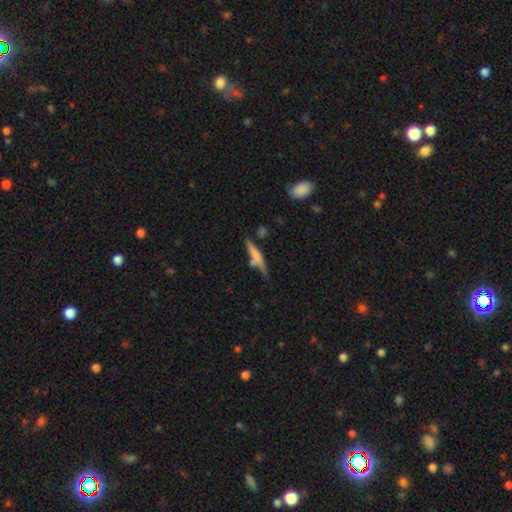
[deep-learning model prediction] A smooth galaxy with no disk features (53%) that is cigar-shaped (84%).

Vote fractions:
- Smooth or featured? smooth: 53% / featured or disk: 39% / star or artifact: 8%
- How rounded? cigar-shaped: 84% / in between: 13% / round: 2%
- Merging? none: 53% / minor disturbance: 20% / merger: 18% / major disturbance: 9%